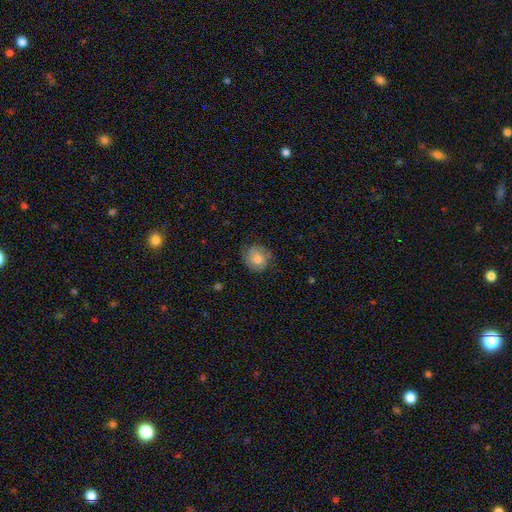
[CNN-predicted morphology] This appears to be a smooth galaxy with no disk features (58%) that is round (84%). Merging: none (73%).